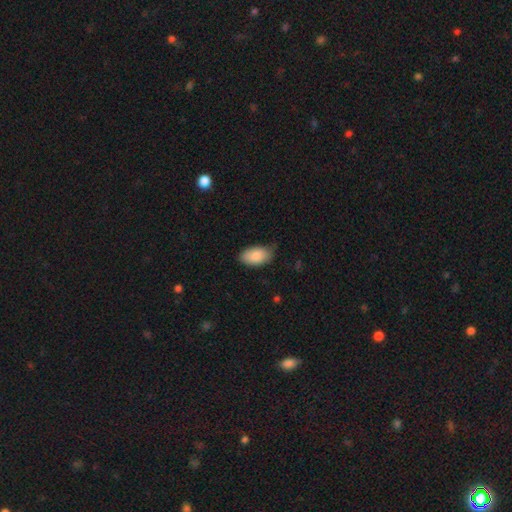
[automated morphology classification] Smooth or featured?
  - smooth: 87% *
  - featured or disk: 7%
  - star or artifact: 6%
How rounded?
  - in between: 94% *
  - round: 4%
  - cigar-shaped: 2%
Merging?
  - none: 70% *
  - minor disturbance: 25%
  - major disturbance: 4%
  - merger: 1%